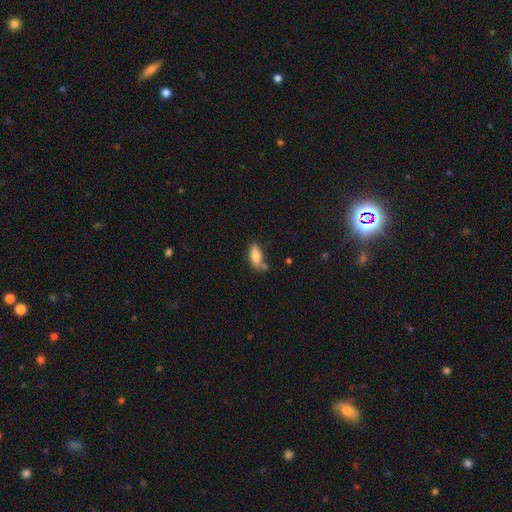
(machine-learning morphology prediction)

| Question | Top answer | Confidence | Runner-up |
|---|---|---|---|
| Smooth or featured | smooth | 80% | featured or disk (13%) |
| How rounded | in between | 76% | cigar-shaped (21%) |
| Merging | none | 59% | minor disturbance (21%) |